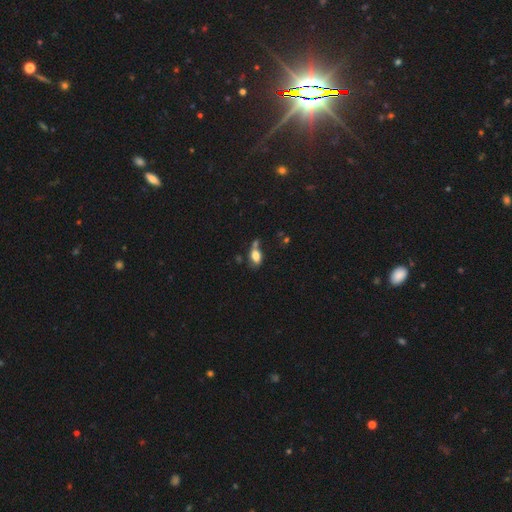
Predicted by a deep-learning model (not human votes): Smooth or featured? smooth (75%)
How rounded? in between (83%)
Merging? none (40%)